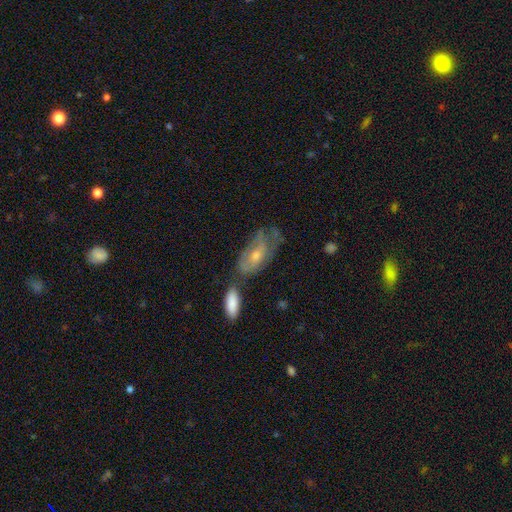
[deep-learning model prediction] featured or disk 54%, smooth 38%, star or artifact 8%. Down the decision tree: edge-on disk — no (87%); merging — none (39%).